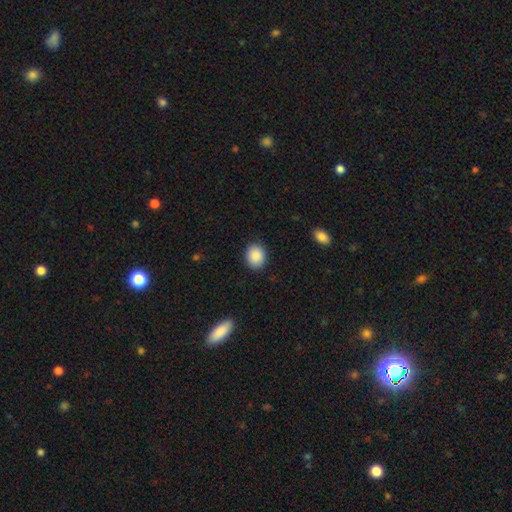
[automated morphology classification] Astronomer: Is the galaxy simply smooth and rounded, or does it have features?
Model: smooth — 89%.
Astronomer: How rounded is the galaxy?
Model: round — 56% (runner-up: in between, 43%).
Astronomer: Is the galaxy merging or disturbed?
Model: none — 89%.